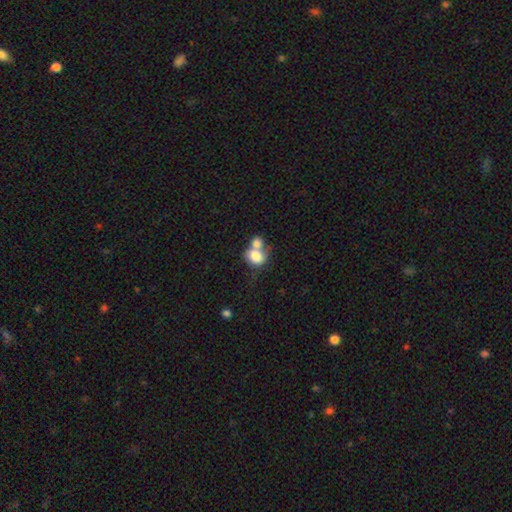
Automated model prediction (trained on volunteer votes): A smooth galaxy with no disk features (79%) that is round (52%). Merging: merger (62%).